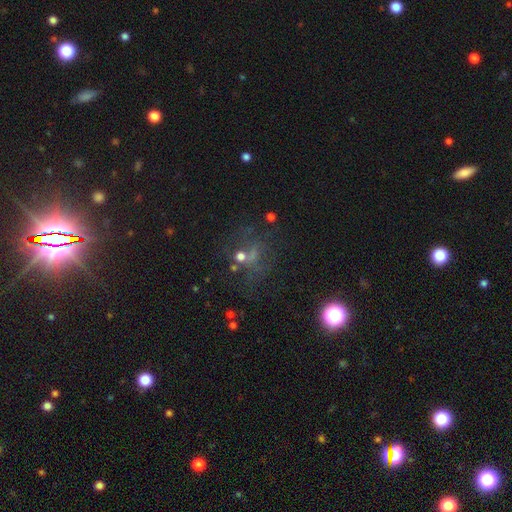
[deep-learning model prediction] The model was most divided on "smooth or featured": star or artifact: 45%, smooth: 30%, featured or disk: 25%.